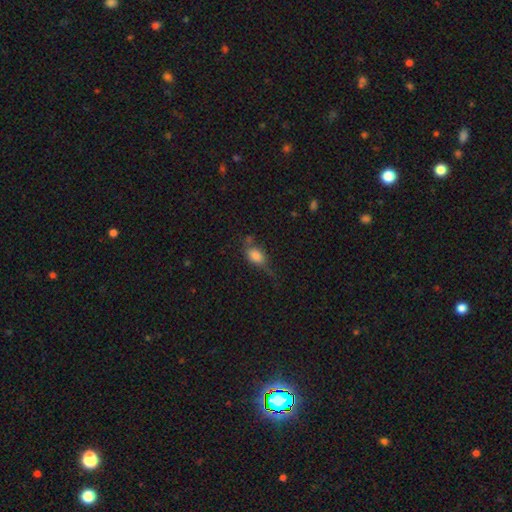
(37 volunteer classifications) This is clearly a smooth galaxy (95%). How rounded: clearly in between (80%). Merging: possibly minor disturbance (47%).